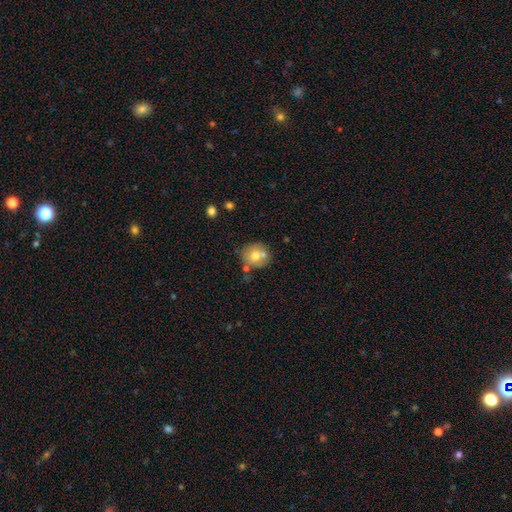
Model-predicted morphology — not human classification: smooth-or-featured: smooth: 67% | featured or disk: 23% | star or artifact: 9%
  how-rounded: round: 82% | in between: 17% | cigar-shaped: 1%
  merging: none: 58% | merger: 23% | minor disturbance: 15% | major disturbance: 4%